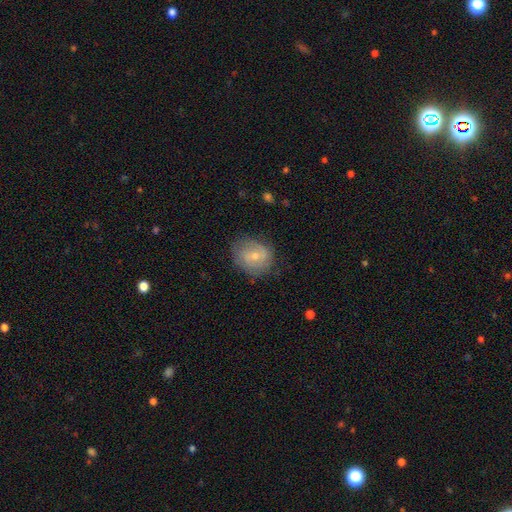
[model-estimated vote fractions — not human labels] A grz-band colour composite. It shows a smooth galaxy with no disk features (45%). Merging: none (73%).